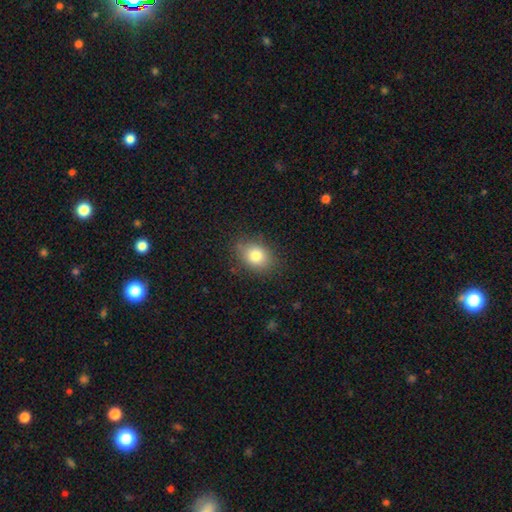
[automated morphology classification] smooth_or_featured: smooth (p=0.80) [alt: star or artifact p=0.10]
how_rounded: in between (p=0.62) [alt: round p=0.37]
merging: none (p=0.81) [alt: minor disturbance p=0.14]